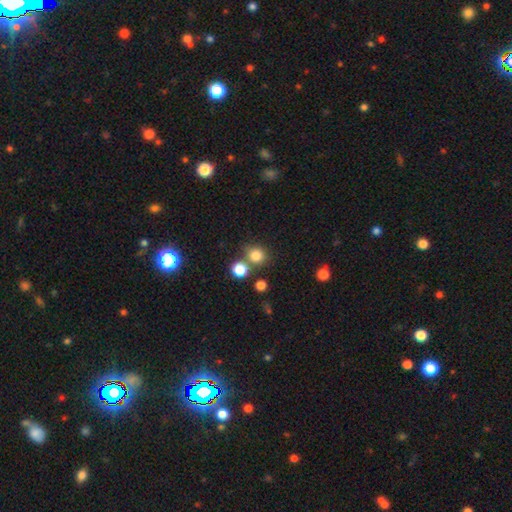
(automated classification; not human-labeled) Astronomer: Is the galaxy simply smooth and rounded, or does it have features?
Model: smooth — 80%.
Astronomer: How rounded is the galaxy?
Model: round — 85%.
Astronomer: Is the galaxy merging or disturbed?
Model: none — 69%.